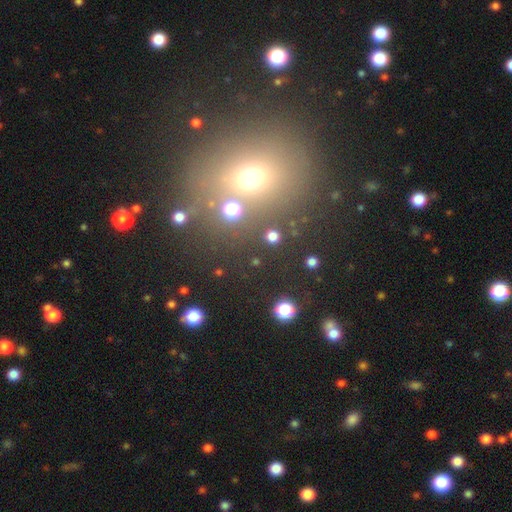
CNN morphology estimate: This is possibly a smooth galaxy (49%). Merging: likely none (75%).